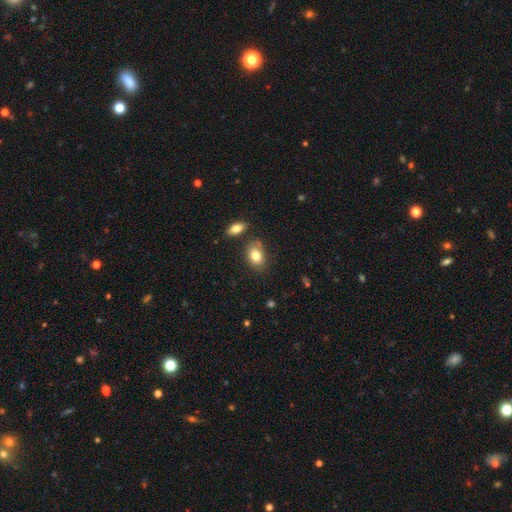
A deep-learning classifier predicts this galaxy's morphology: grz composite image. It shows a smooth galaxy with no disk features (81%) that is in between round and cigar-shaped (77%). Merging: none (69%).